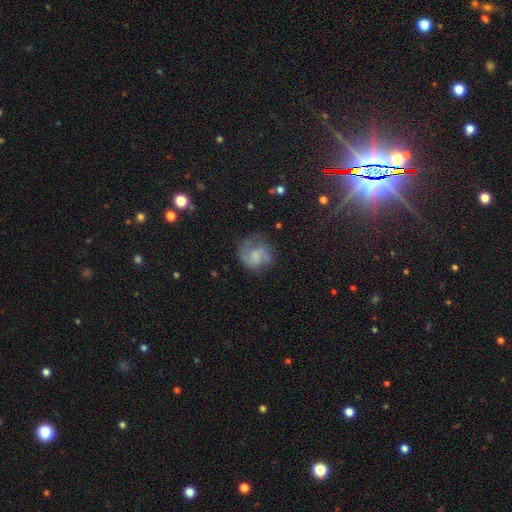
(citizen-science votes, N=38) smooth-or-featured: featured or disk: 71% | smooth: 26% | star or artifact: 3%
  disk-edge-on: no: 100% | yes: 0%
    bar: weak: 59% | no: 41% | strong: 0%
    has-spiral-arms: yes: 93% | no: 7%
      spiral-winding: medium: 52% | tight: 24% | loose: 24%
      spiral-arm-count: 2: 72% | can't tell: 24% | 3: 4% | 1: 0% | 4: 0% | more than 4: 0%
    bulge-size: small: 56% | moderate: 30% | none: 11% | large: 4% | dominant: 0%
  merging: none: 57% | minor disturbance: 22% | major disturbance: 19% | merger: 3%